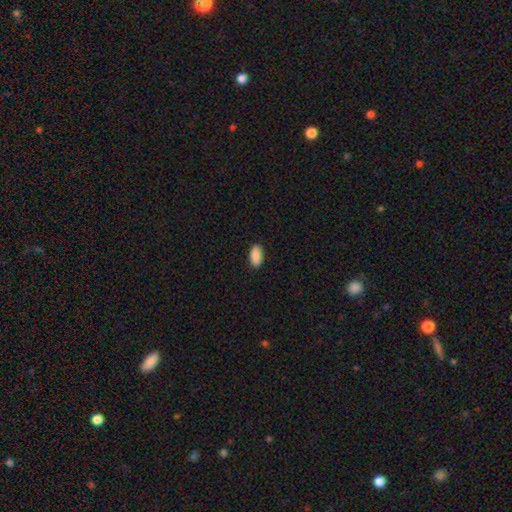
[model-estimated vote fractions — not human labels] Smooth or featured: smooth — 90% (star or artifact — 6%)
How rounded: in between — 92% (cigar-shaped — 6%)
Merging: none — 89% (minor disturbance — 8%)